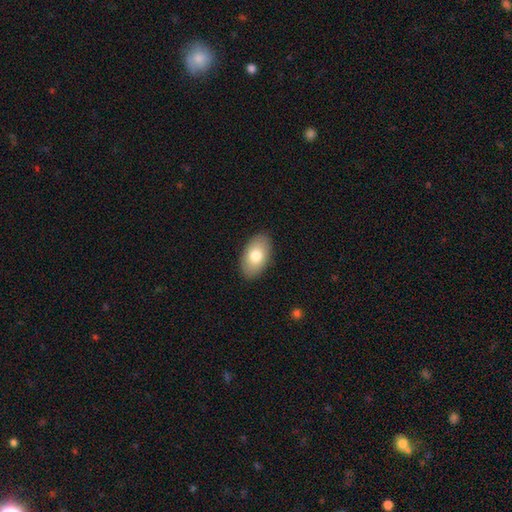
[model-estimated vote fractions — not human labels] The model was most divided on "smooth or featured": smooth: 77%, featured or disk: 17%, star or artifact: 6%. More confident: how rounded — in between (94%); merging — none (89%).